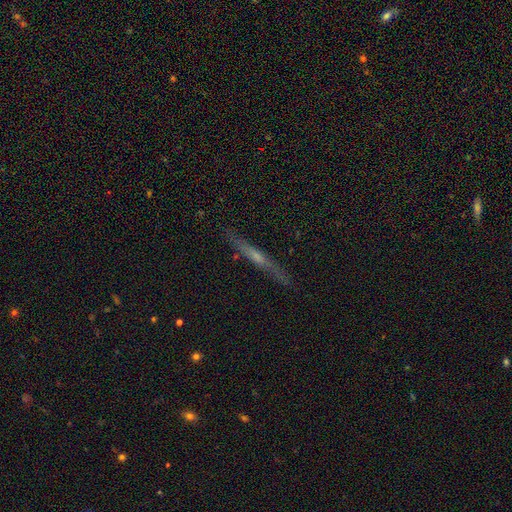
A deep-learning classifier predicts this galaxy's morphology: This is likely a featured or disk galaxy (69%). It is clearly viewed edge-on (96%). Edge-on bulge: possibly rounded (58%). Merging: clearly none (88%).